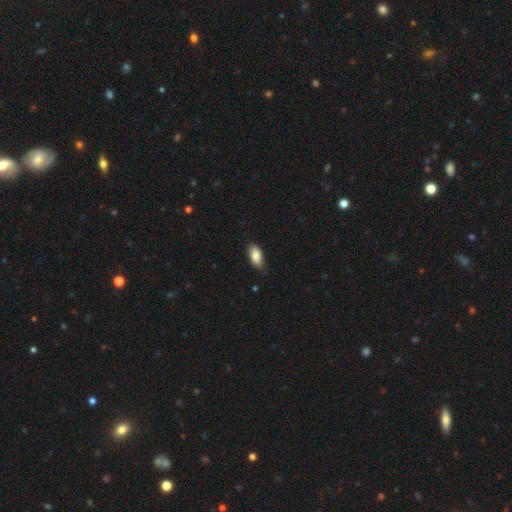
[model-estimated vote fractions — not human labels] Overall: smooth (84%). How rounded: in between (92%). Merging: none (76%).